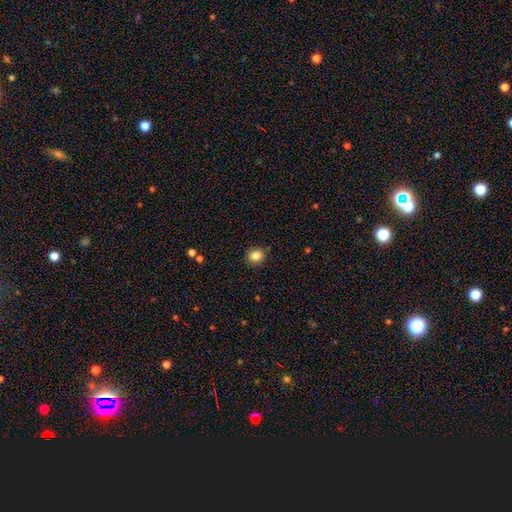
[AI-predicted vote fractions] Q: Smooth or featured?
A: smooth (84%); runner-up: star or artifact (11%)
Q: How rounded?
A: round (87%); runner-up: in between (12%)
Q: Merging?
A: none (89%); runner-up: minor disturbance (8%)